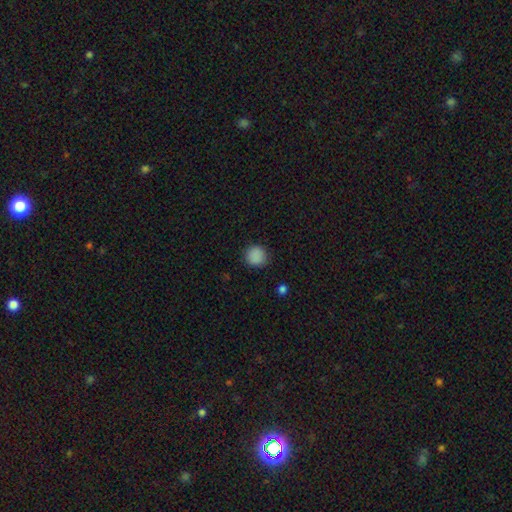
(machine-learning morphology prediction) This is clearly a smooth galaxy (88%). How rounded: clearly round (91%). Merging: clearly none (88%).